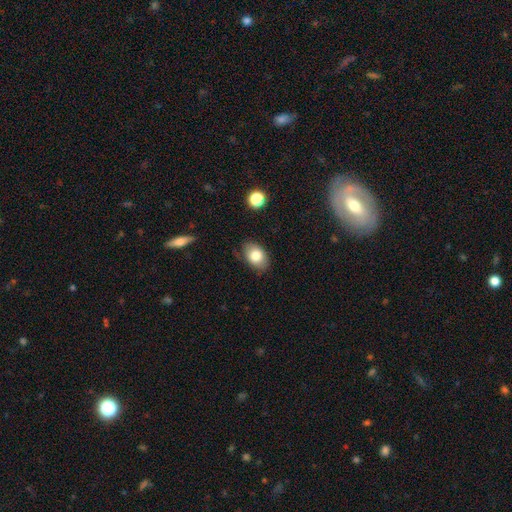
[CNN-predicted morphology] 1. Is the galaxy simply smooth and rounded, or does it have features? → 80% smooth, 12% featured or disk, 8% star or artifact.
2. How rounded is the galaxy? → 82% in between, 17% round, 1% cigar-shaped.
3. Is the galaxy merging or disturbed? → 77% none, 18% minor disturbance, 4% major disturbance, 2% merger.